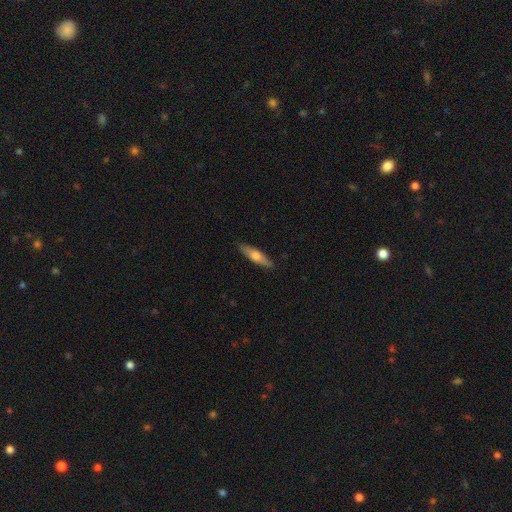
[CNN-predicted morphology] type=smooth (59%); roundness=cigar-shaped (69%); merging=none (88%).